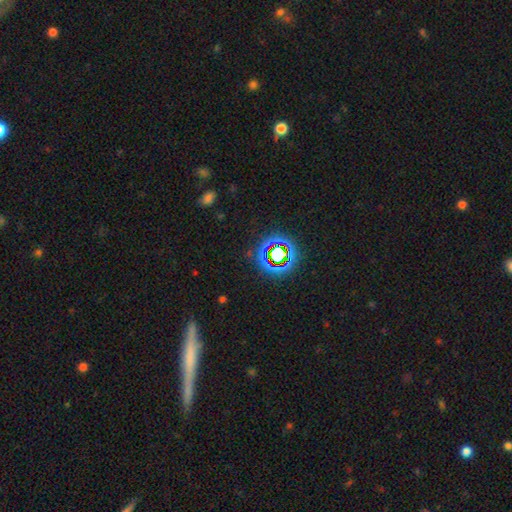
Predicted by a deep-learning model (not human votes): A star or artifact, not a galaxy (58%).

Vote fractions:
- Smooth or featured? star or artifact: 58% / smooth: 23% / featured or disk: 19%